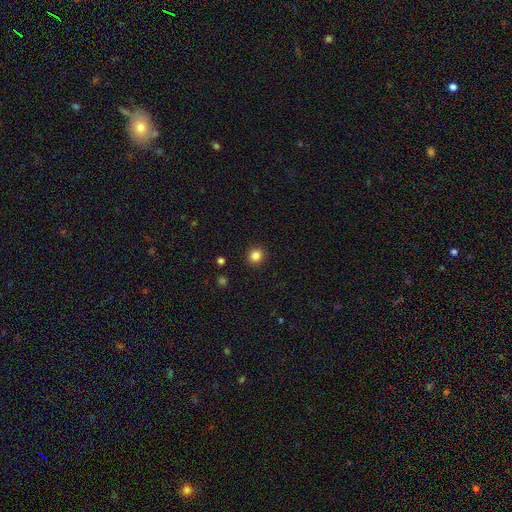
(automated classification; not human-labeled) Overall: smooth (84%). How rounded: round (87%). Merging: none (92%).